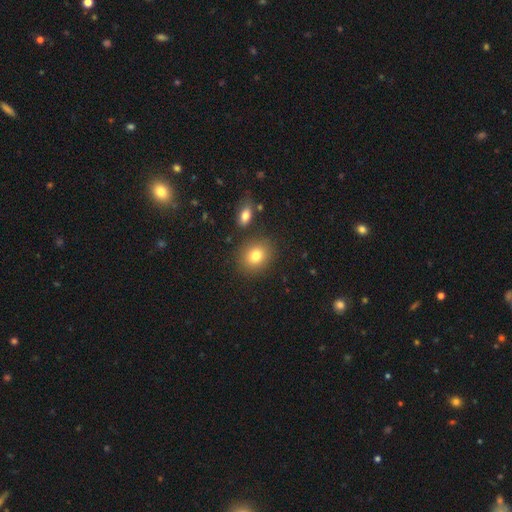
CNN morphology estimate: smooth_or_featured: smooth (p=0.80) [alt: star or artifact p=0.11]
how_rounded: round (p=0.60) [alt: in between p=0.39]
merging: none (p=0.82) [alt: minor disturbance p=0.09]